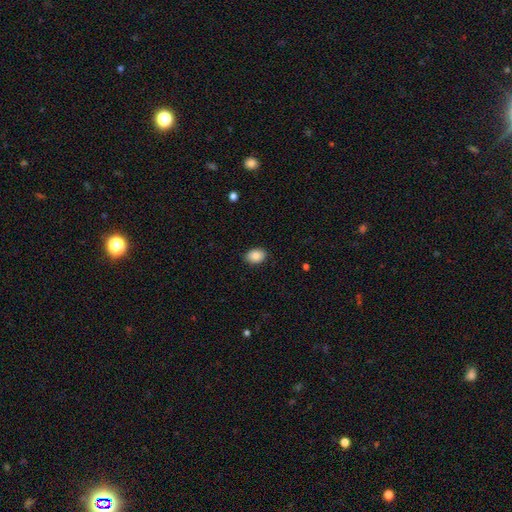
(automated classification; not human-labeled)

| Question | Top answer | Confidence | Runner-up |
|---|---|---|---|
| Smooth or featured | smooth | 88% | star or artifact (8%) |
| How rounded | in between | 76% | round (23%) |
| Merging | none | 88% | minor disturbance (9%) |